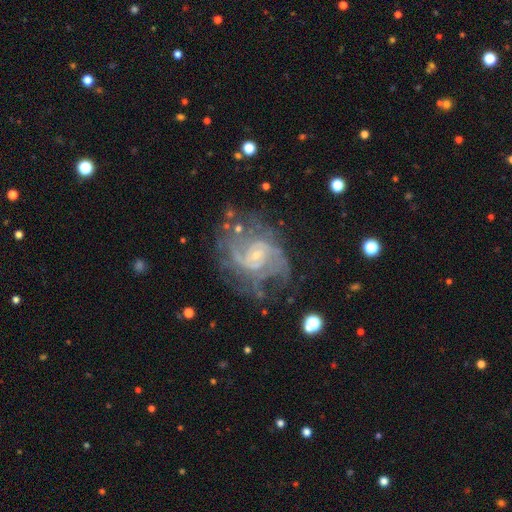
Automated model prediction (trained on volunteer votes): Smooth or featured? featured or disk (87%)
Edge-on disk? no (98%)
Bar? no (45%, tied with weak)
Spiral arms? yes (94%)
Spiral winding? medium (47%)
Spiral arm count? 2 (47%)
Bulge size? small (75%)
Merging? none (58%)